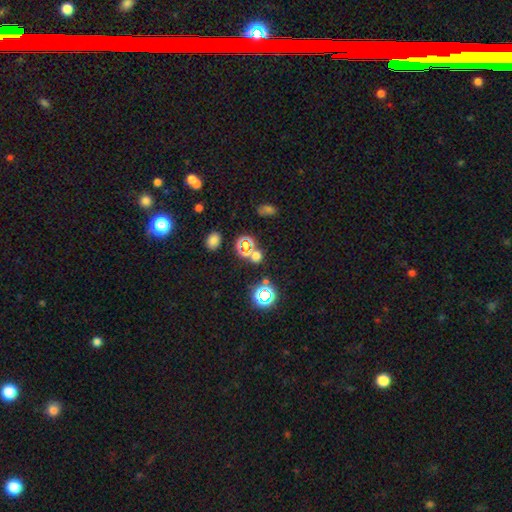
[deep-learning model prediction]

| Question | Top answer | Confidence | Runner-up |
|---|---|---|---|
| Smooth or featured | smooth | 50% | star or artifact (43%) |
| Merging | none | 67% | merger (21%) |